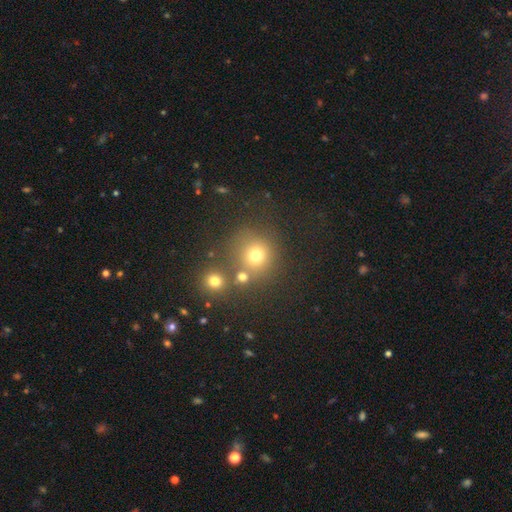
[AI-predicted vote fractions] smooth 71%, star or artifact 20%, featured or disk 9%. Down the decision tree: how rounded — round (88%); merging — none (65%).